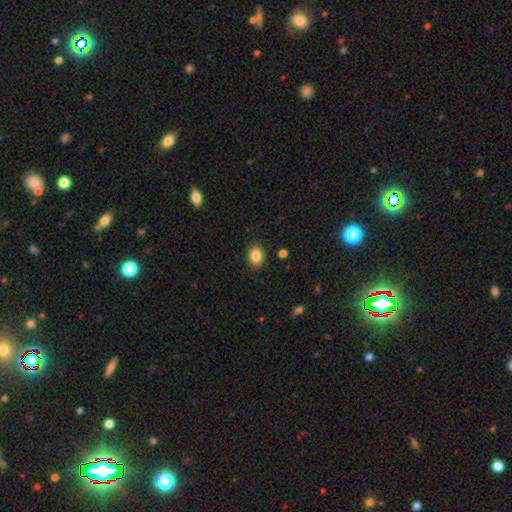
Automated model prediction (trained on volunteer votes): Overall: smooth (85%). How rounded: in between (54%; round 45%). Merging: none (87%).